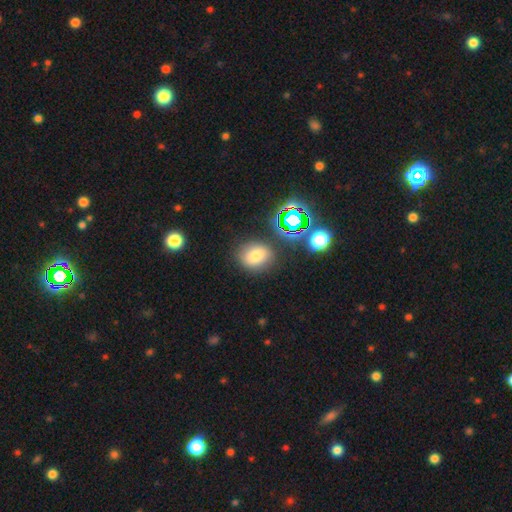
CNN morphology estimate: Smooth or featured? Predicted: smooth (p=0.69). How rounded? Predicted: in between (p=0.49, tied with round). Merging? Predicted: none (p=0.81).